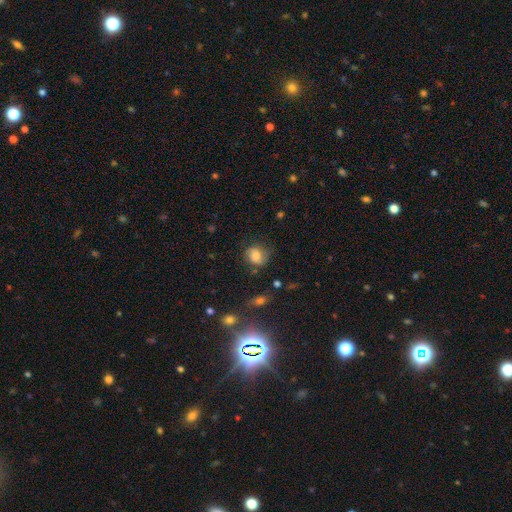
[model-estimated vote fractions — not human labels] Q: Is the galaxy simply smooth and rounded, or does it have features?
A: smooth — 64%.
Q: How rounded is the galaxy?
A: round — 64%.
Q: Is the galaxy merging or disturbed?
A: none — 64%.